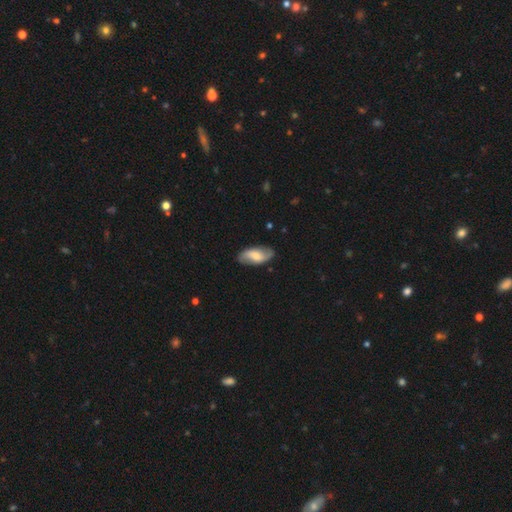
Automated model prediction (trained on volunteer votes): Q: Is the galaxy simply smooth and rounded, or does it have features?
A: featured or disk — 57%.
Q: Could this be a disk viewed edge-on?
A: no — 93%.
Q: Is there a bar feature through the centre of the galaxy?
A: weak — 45%.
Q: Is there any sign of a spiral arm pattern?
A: yes — 88%.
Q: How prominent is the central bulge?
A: moderate — 46%.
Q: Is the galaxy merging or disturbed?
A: none — 84%.